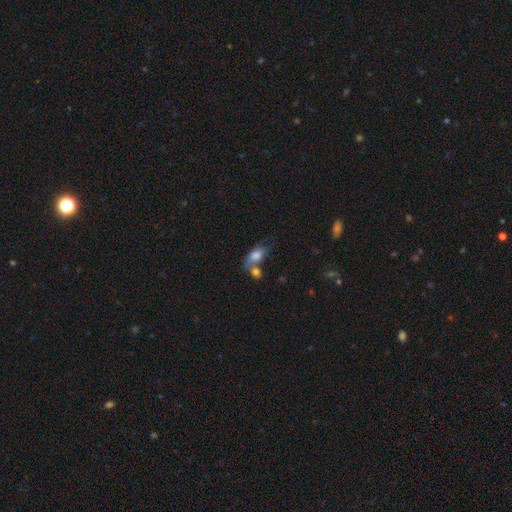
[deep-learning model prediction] This is likely a smooth galaxy (76%). How rounded: clearly in between (87%). Merging: marginally merger (37%).